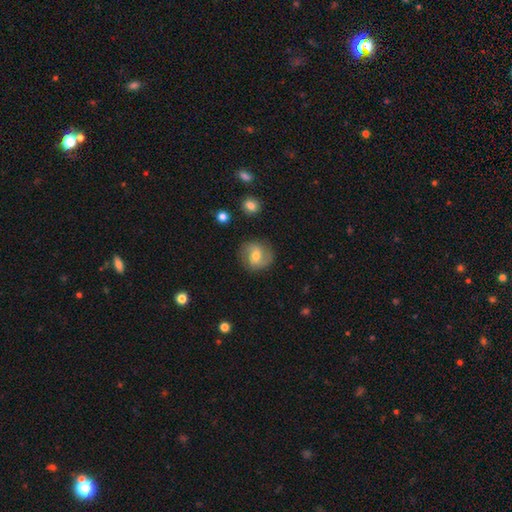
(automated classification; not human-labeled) featured or disk 48%, smooth 44%, star or artifact 8%. Down the decision tree: merging — none (81%).